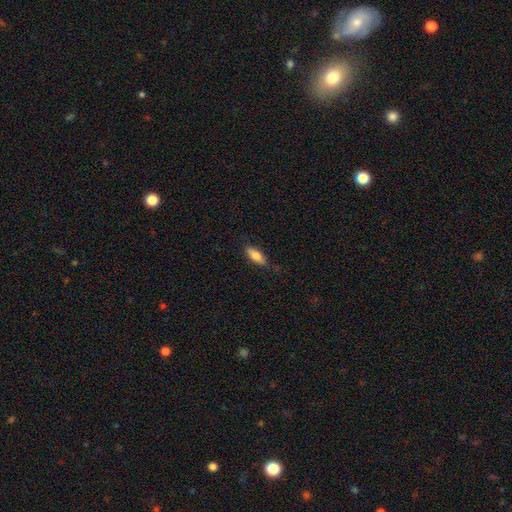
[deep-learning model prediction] A smooth galaxy with no disk features (79%) that is in between round and cigar-shaped (71%).

Vote fractions:
- Smooth or featured? smooth: 79% / featured or disk: 15% / star or artifact: 6%
- How rounded? in between: 71% / cigar-shaped: 27% / round: 2%
- Merging? none: 80% / minor disturbance: 16% / major disturbance: 3% / merger: 1%